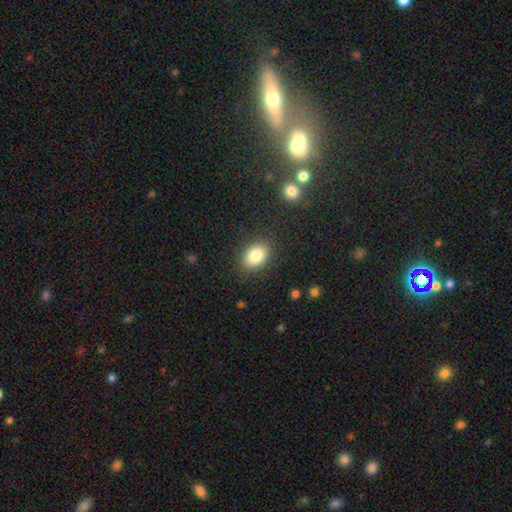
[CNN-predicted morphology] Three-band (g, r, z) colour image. It shows a smooth galaxy with no disk features (84%) that is in between round and cigar-shaped (81%). Merging: none (84%).